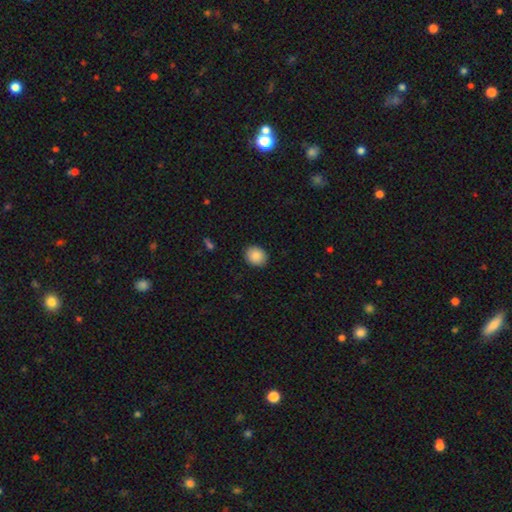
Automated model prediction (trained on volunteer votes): Smooth or featured? smooth (89%)
How rounded? round (64%)
Merging? none (90%)